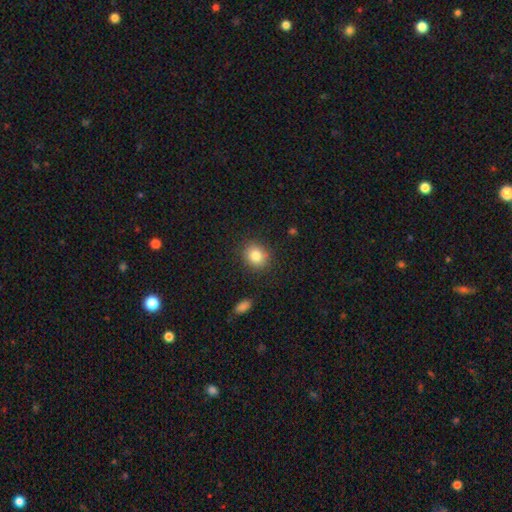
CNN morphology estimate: Smooth or featured? smooth (84%)
How rounded? round (71%)
Merging? none (85%)